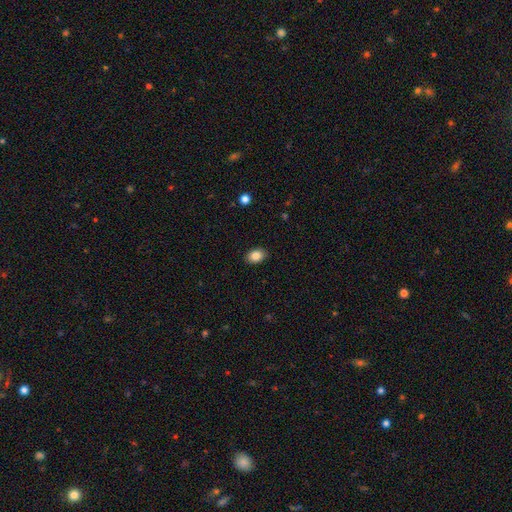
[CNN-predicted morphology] smooth-or-featured: smooth: 85% | star or artifact: 9% | featured or disk: 6%
  how-rounded: in between: 79% | round: 20% | cigar-shaped: 1%
  merging: none: 89% | minor disturbance: 8% | major disturbance: 2% | merger: 1%